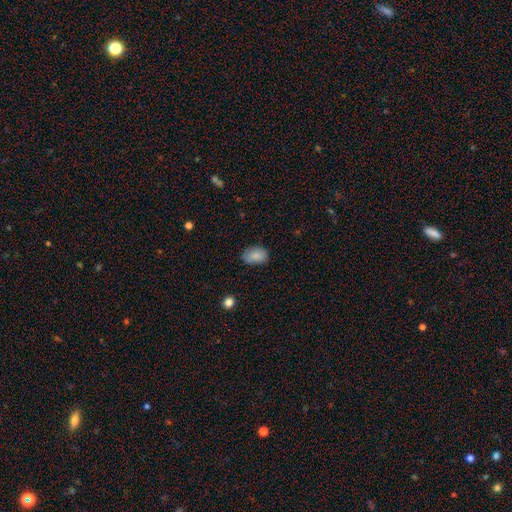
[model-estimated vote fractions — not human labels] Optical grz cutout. It shows a smooth galaxy with no disk features (86%) that is in between round and cigar-shaped (87%). Merging: none (76%).